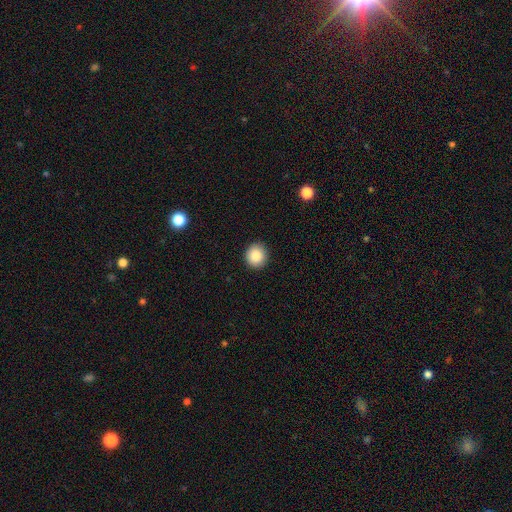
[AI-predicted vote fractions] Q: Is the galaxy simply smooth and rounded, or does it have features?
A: smooth — 87%.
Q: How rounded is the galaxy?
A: round — 88%.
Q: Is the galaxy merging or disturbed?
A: none — 91%.